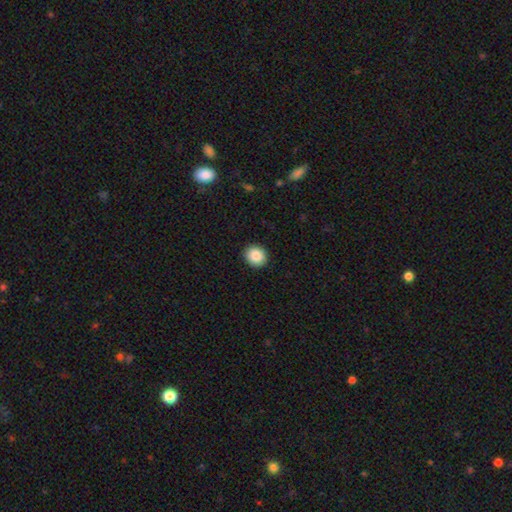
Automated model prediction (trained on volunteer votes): This appears to be a smooth galaxy with no disk features (88%) that is round (80%). Merging: none (92%).